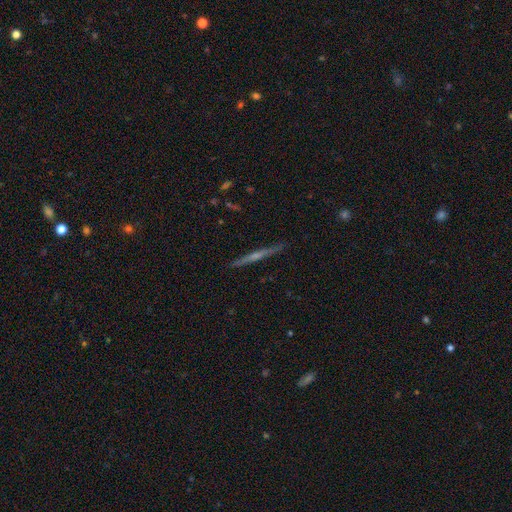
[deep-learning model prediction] smooth_or_featured: featured or disk (p=0.70) [alt: smooth p=0.23]
disk_edge_on: yes (p=0.98) [alt: no p=0.02]
edge_on_bulge: rounded (p=0.52) [alt: none p=0.40]
merging: none (p=0.91) [alt: minor disturbance p=0.07]